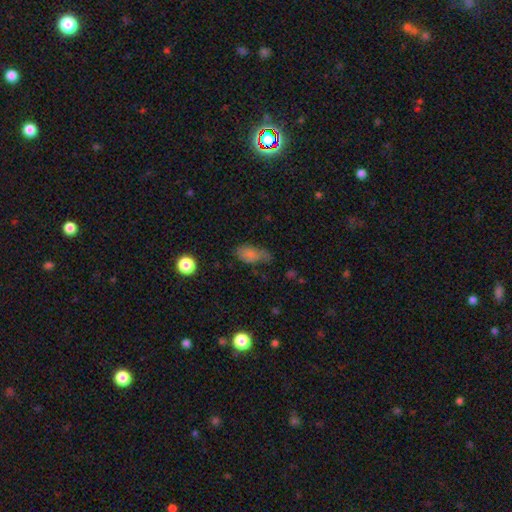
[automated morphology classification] This is possibly a smooth galaxy (45%). Merging: likely none (62%).